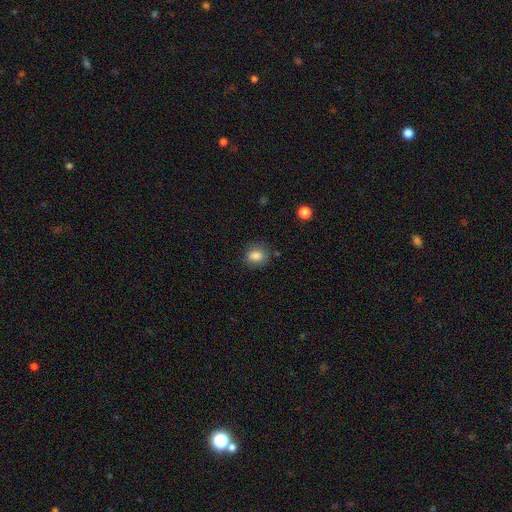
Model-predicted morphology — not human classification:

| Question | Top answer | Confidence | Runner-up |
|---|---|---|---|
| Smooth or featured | smooth | 85% | star or artifact (10%) |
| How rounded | round | 52% | in between (47%) |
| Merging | none | 79% | minor disturbance (15%) |